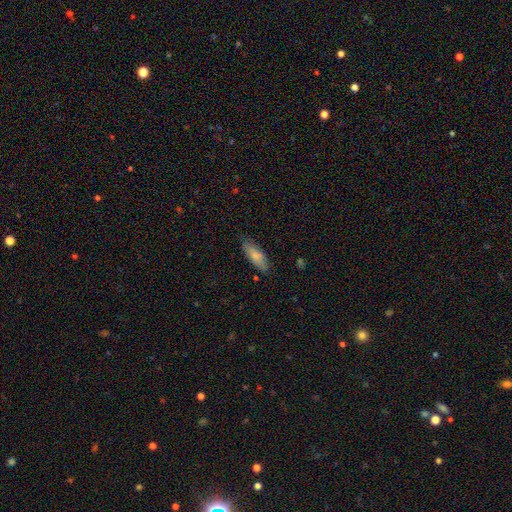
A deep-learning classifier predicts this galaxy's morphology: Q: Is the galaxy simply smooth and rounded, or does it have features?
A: smooth — 81%.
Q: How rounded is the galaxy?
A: in between — 62%.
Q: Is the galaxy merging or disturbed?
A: none — 81%.